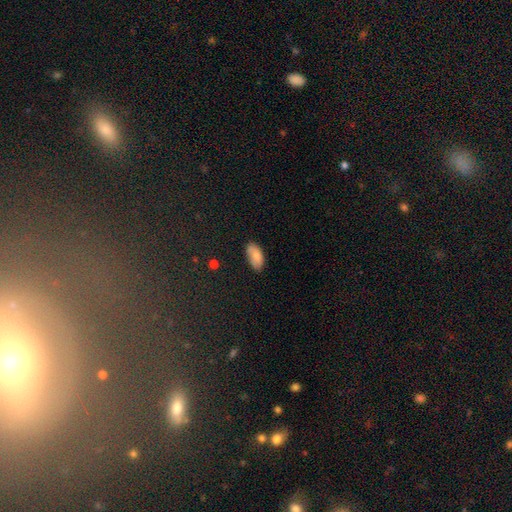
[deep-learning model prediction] smooth_or_featured: smooth (p=0.81) [alt: featured or disk p=0.12]
how_rounded: in between (p=0.92) [alt: cigar-shaped p=0.06]
merging: none (p=0.68) [alt: minor disturbance p=0.24]